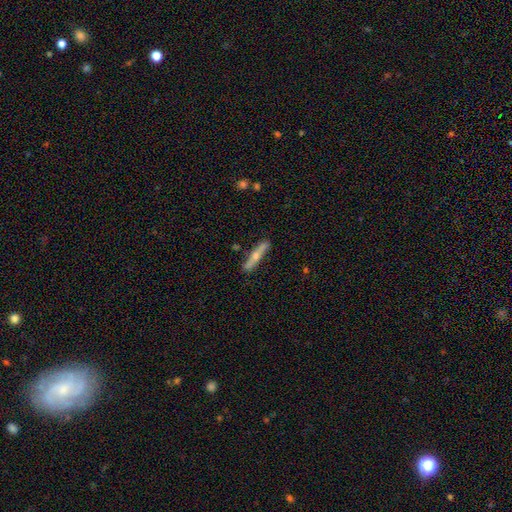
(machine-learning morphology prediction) type=featured or disk (63%); edge-on=yes (92%); edge-on bulge=rounded (89%); merging=none (84%).